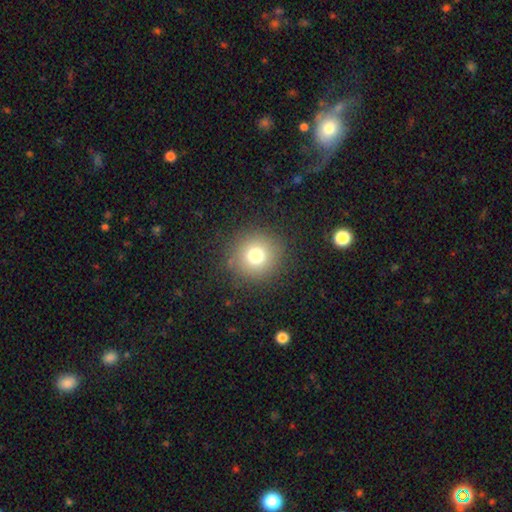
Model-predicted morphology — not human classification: smooth-or-featured: smooth: 76% | star or artifact: 14% | featured or disk: 10%
  how-rounded: round: 93% | in between: 6% | cigar-shaped: 1%
  merging: none: 88% | minor disturbance: 8% | major disturbance: 4% | merger: 1%